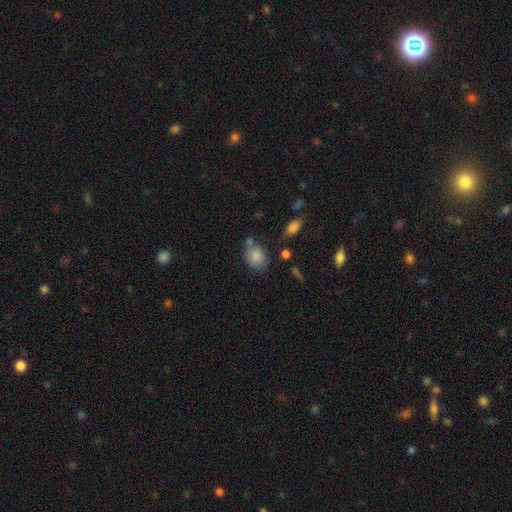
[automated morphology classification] smooth 83%, featured or disk 9%, star or artifact 8%. Down the decision tree: how rounded — in between (58%); merging — none (60%).